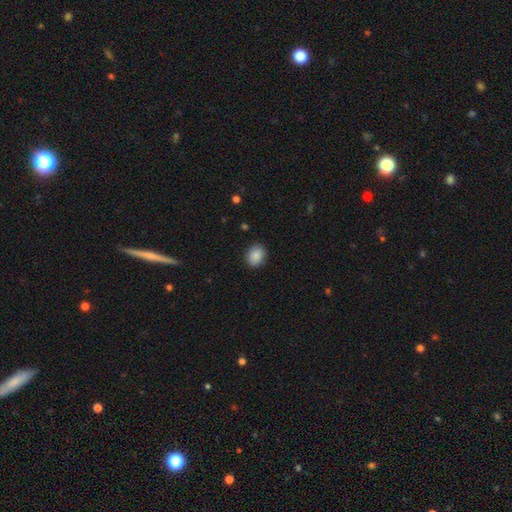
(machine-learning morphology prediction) Q: Smooth or featured?
A: smooth (89%); runner-up: star or artifact (8%)
Q: How rounded?
A: in between (52%); runner-up: round (47%)
Q: Merging?
A: none (88%); runner-up: minor disturbance (9%)